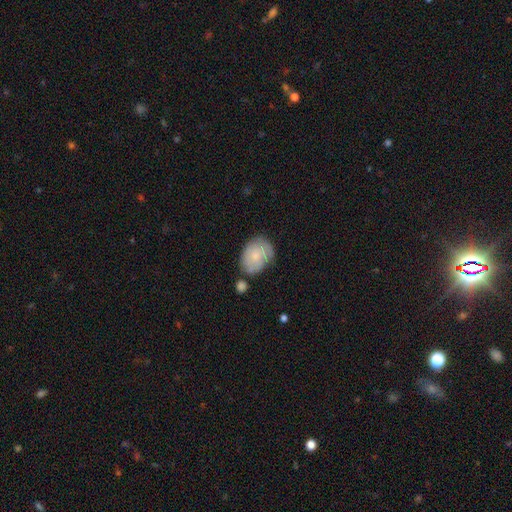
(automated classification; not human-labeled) A smooth galaxy with no disk features (60%) that is in between round and cigar-shaped (70%). Merging: none (57%).